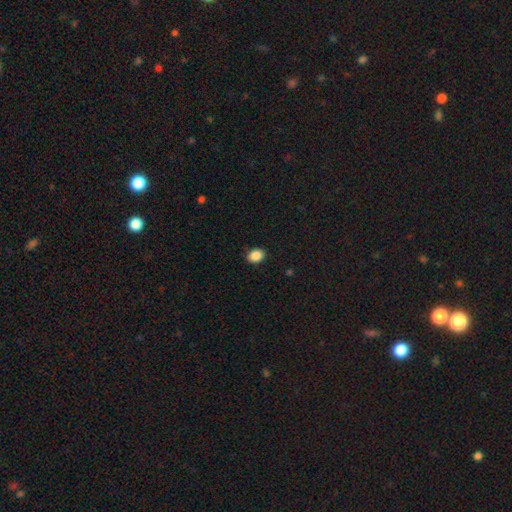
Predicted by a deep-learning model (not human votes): This appears to be a smooth galaxy with no disk features (89%) that is in between round and cigar-shaped (55%). Merging: none (90%).